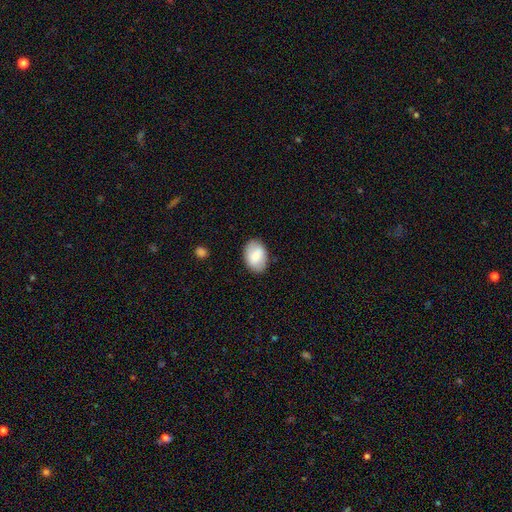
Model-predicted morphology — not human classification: Q: Smooth or featured?
A: smooth (77%); runner-up: featured or disk (17%)
Q: How rounded?
A: in between (85%); runner-up: round (14%)
Q: Merging?
A: none (84%); runner-up: minor disturbance (12%)